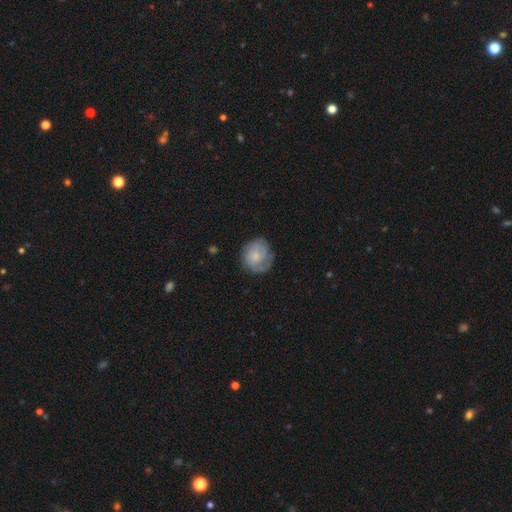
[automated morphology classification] Smooth or featured? Predicted: smooth (p=0.47). Merging? Predicted: none (p=0.67).